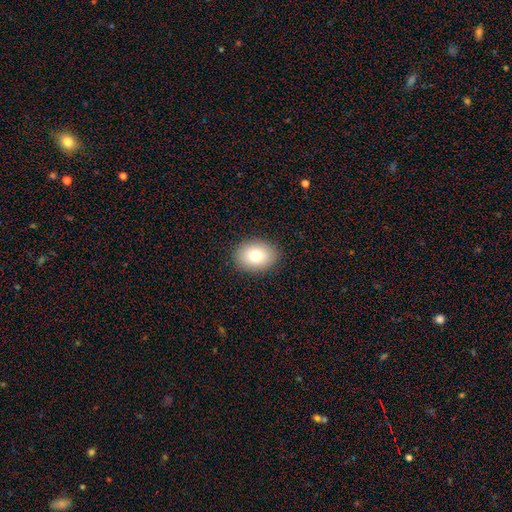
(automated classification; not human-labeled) Smooth or featured?
  - smooth: 78% *
  - featured or disk: 12%
  - star or artifact: 9%
How rounded?
  - in between: 67% *
  - round: 32%
  - cigar-shaped: 1%
Merging?
  - none: 89% *
  - minor disturbance: 8%
  - major disturbance: 2%
  - merger: 1%